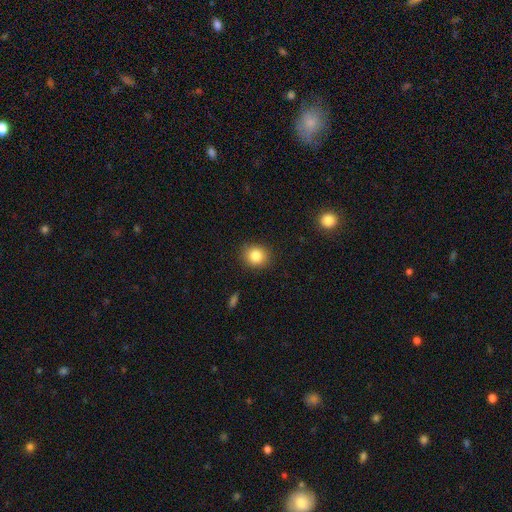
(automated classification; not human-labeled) smooth-or-featured: smooth: 85% | star or artifact: 10% | featured or disk: 5%
  how-rounded: round: 82% | in between: 17% | cigar-shaped: 1%
  merging: none: 88% | minor disturbance: 8% | major disturbance: 2% | merger: 1%